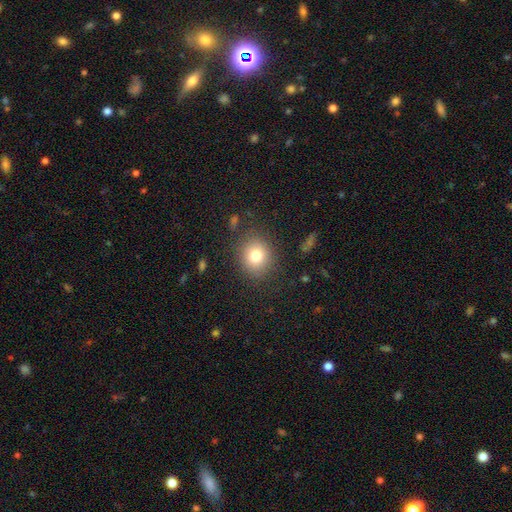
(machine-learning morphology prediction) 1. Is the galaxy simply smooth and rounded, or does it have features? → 78% smooth, 12% star or artifact, 10% featured or disk.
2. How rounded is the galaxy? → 76% round, 23% in between, 1% cigar-shaped.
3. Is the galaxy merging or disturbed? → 85% none, 9% minor disturbance, 4% major disturbance, 1% merger.